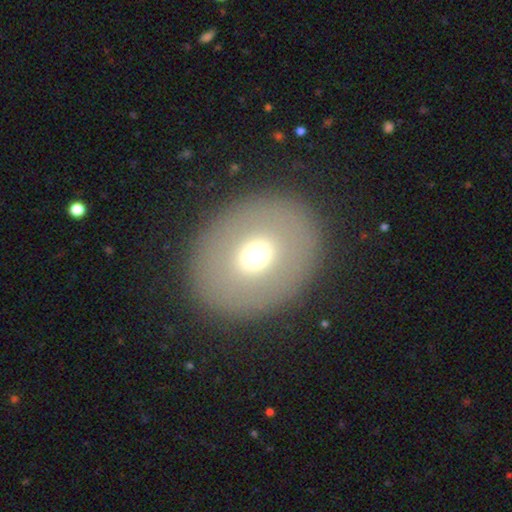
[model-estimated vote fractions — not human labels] A smooth galaxy with no disk features (59%) that is round (58%).

Vote fractions:
- Smooth or featured? smooth: 59% / featured or disk: 30% / star or artifact: 10%
- How rounded? round: 58% / in between: 41% / cigar-shaped: 1%
- Merging? none: 86% / minor disturbance: 8% / major disturbance: 5% / merger: 1%